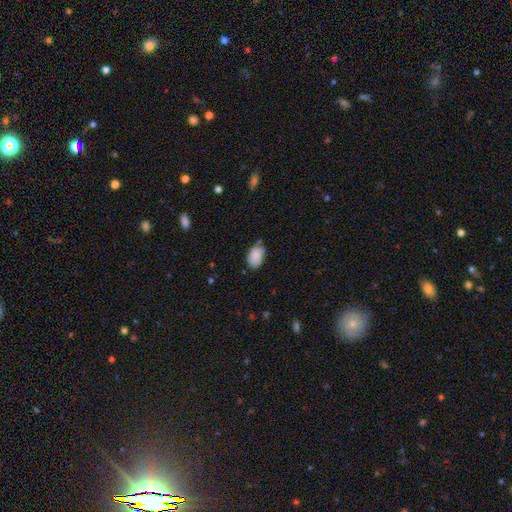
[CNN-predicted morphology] A smooth galaxy with no disk features (87%) that is in between round and cigar-shaped (87%).

Vote fractions:
- Smooth or featured? smooth: 87% / star or artifact: 7% / featured or disk: 6%
- How rounded? in between: 87% / round: 12% / cigar-shaped: 1%
- Merging? none: 64% / minor disturbance: 27% / major disturbance: 5% / merger: 5%